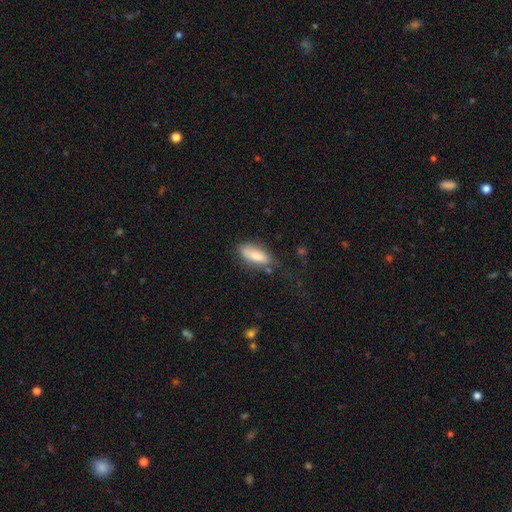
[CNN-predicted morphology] Smooth or featured? Predicted: smooth (p=0.76). How rounded? Predicted: in between (p=0.74). Merging? Predicted: none (p=0.63).